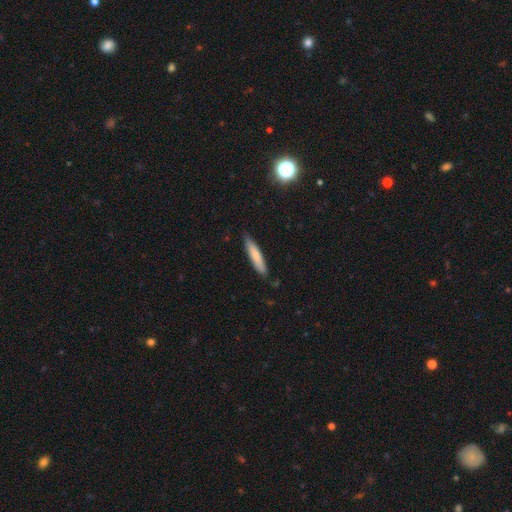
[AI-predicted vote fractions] This appears to be a smooth galaxy with no disk features (75%) that is cigar-shaped (85%). Merging: none (84%).